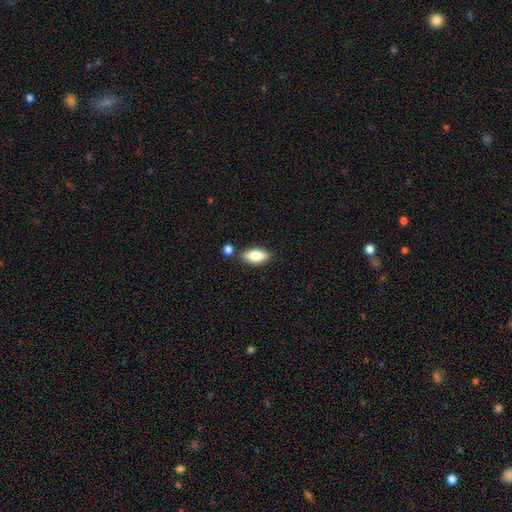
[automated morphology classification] Smooth or featured: smooth — 82% (featured or disk — 12%)
How rounded: in between — 89% (cigar-shaped — 8%)
Merging: none — 79% (minor disturbance — 11%)